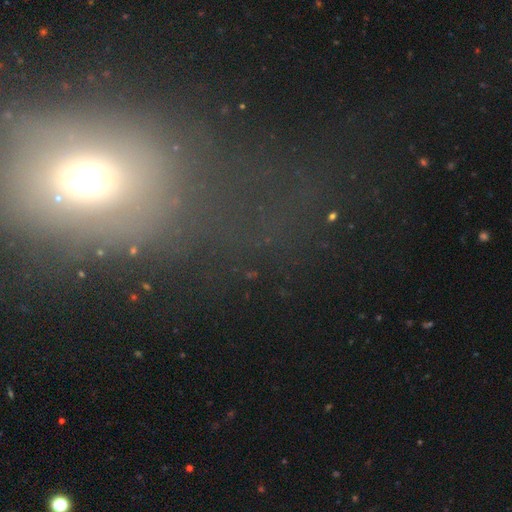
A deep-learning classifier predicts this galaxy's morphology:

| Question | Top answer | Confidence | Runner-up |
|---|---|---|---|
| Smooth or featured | smooth | 48% | star or artifact (31%) |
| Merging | none | 54% | major disturbance (25%) |